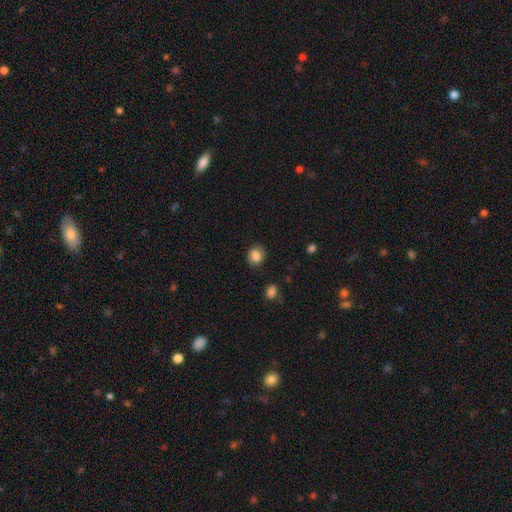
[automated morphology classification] Q: Smooth or featured?
A: smooth (81%); runner-up: featured or disk (10%)
Q: How rounded?
A: round (69%); runner-up: in between (30%)
Q: Merging?
A: none (78%); runner-up: minor disturbance (16%)